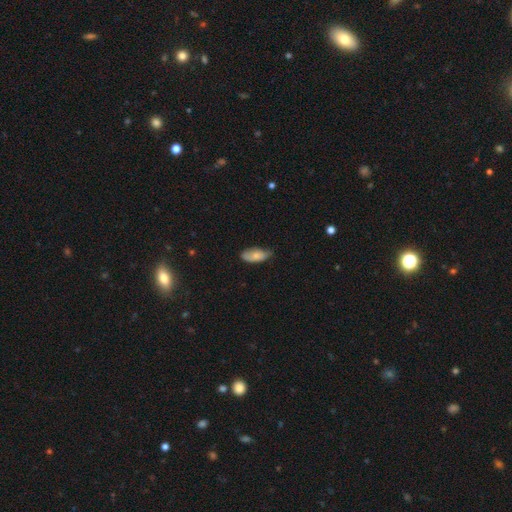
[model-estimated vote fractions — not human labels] Smooth or featured? Predicted: smooth (p=0.73). How rounded? Predicted: in between (p=0.90). Merging? Predicted: none (p=0.51).